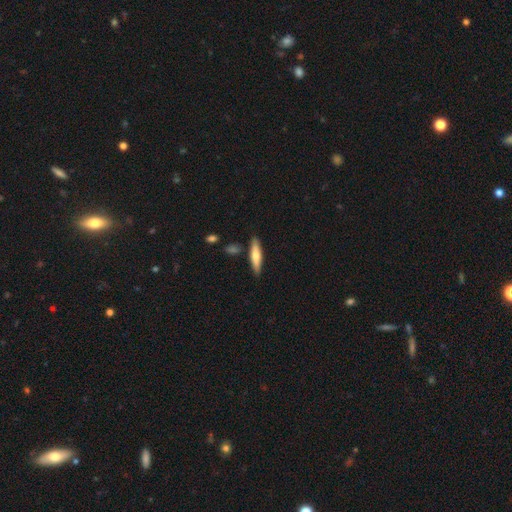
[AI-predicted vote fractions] The model was most divided on "smooth or featured": smooth: 63%, featured or disk: 31%, star or artifact: 6%. More confident: merging — none (85%); how rounded — cigar-shaped (77%).